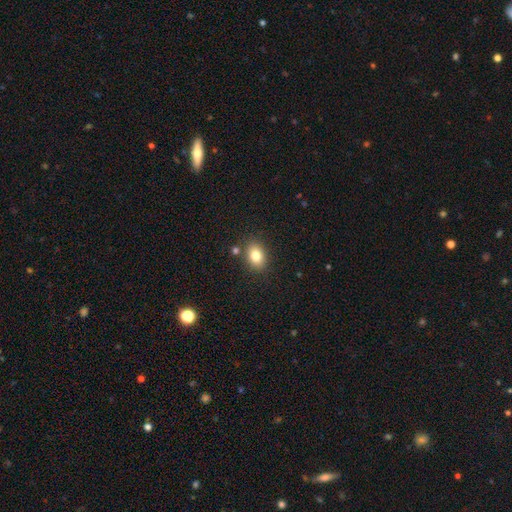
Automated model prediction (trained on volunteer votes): This is clearly a smooth galaxy (82%). How rounded: likely in between (74%). Merging: clearly none (81%).